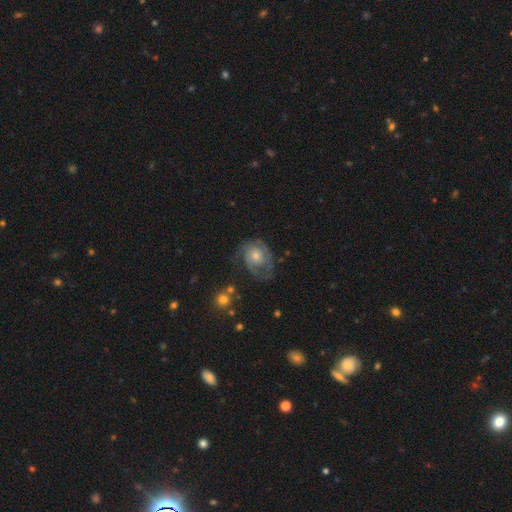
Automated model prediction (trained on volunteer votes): Smooth or featured: featured or disk — 73% (smooth — 18%)
Edge-on disk: no — 97% (yes — 3%)
Bar: no — 77% (weak — 20%)
Spiral arms: yes — 89% (no — 11%)
Spiral winding: tight — 55% (medium — 35%)
Spiral arm count: 2 — 39% (can't tell — 30%)
Bulge size: moderate — 58% (small — 30%)
Merging: none — 61% (minor disturbance — 22%)